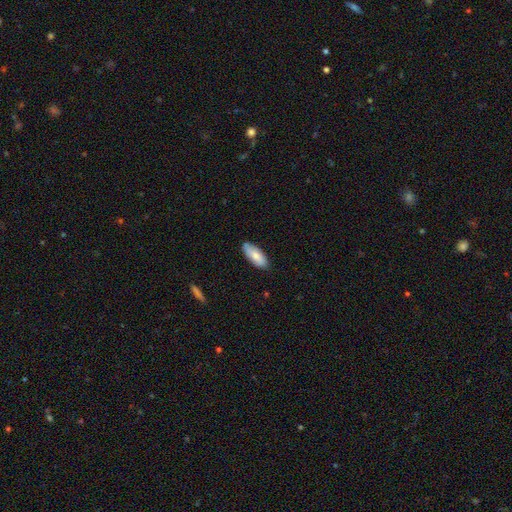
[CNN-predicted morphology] This appears to be a smooth galaxy with no disk features (77%) that is in between round and cigar-shaped (82%). Merging: none (82%).